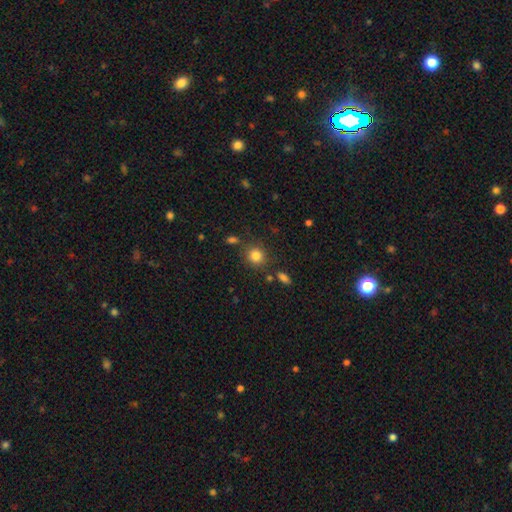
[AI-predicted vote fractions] A smooth galaxy with no disk features (83%) that is round (85%).

Vote fractions:
- Smooth or featured? smooth: 83% / star or artifact: 11% / featured or disk: 6%
- How rounded? round: 85% / in between: 14% / cigar-shaped: 1%
- Merging? none: 79% / minor disturbance: 10% / merger: 6% / major disturbance: 4%